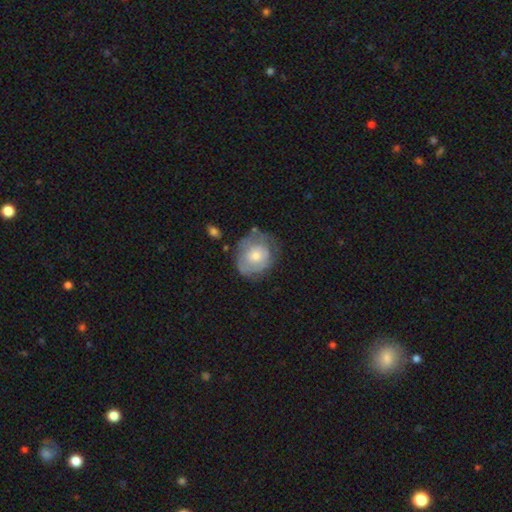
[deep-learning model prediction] Q: Smooth or featured?
A: smooth (47%); tied with: featured or disk (47%)
Q: Merging?
A: none (59%); runner-up: minor disturbance (27%)